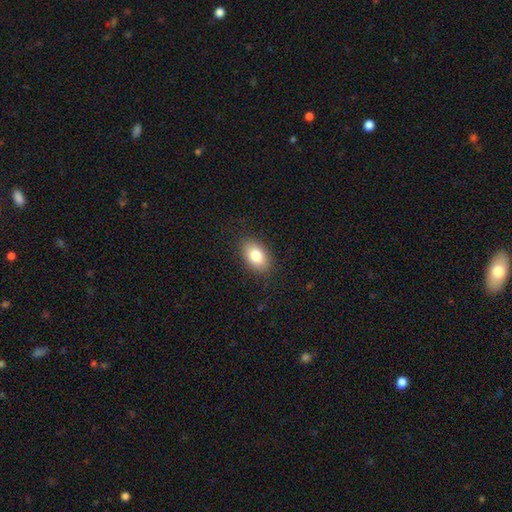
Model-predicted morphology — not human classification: Smooth or featured? smooth (82%)
How rounded? in between (89%)
Merging? none (87%)